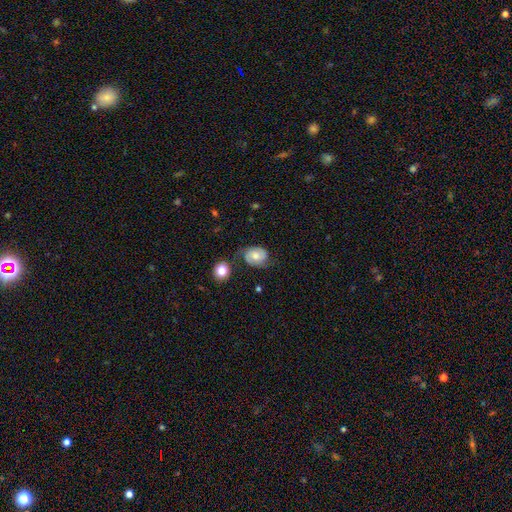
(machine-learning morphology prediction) type=featured or disk (59%); edge-on=no (97%); bar=no (66%); spiral arms=yes (90%); winding=tight (43%, tied with medium); arm count=2 (85%); bulge=moderate (60%); merging=none (67%).